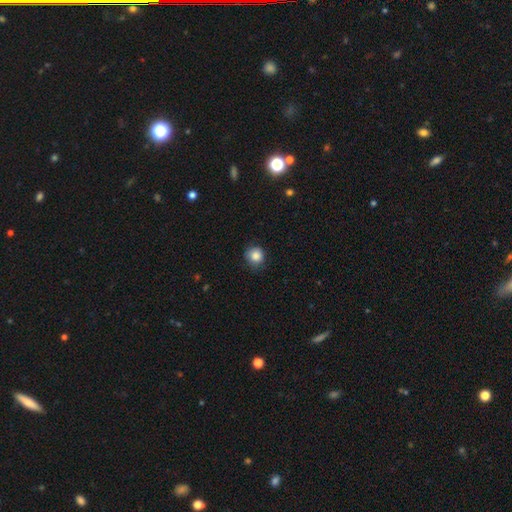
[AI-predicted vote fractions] A smooth galaxy with no disk features (85%) that is round (88%). Merging: none (77%).